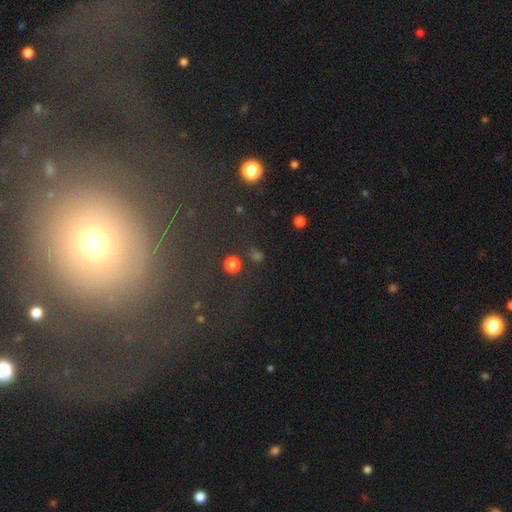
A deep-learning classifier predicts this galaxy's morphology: Smooth or featured? star or artifact (45%)